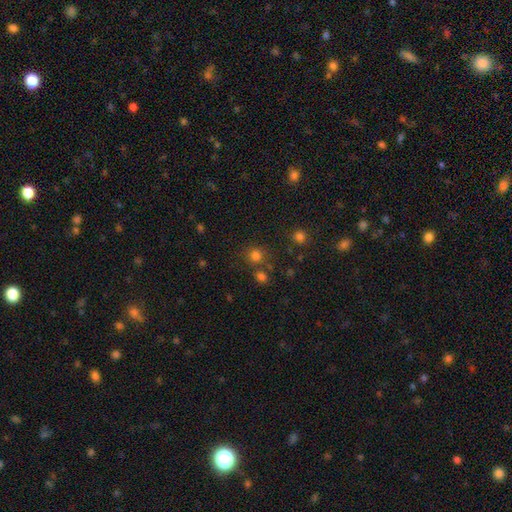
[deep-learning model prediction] This appears to be a smooth galaxy with no disk features (77%) that is round (89%). Merging: none (73%).